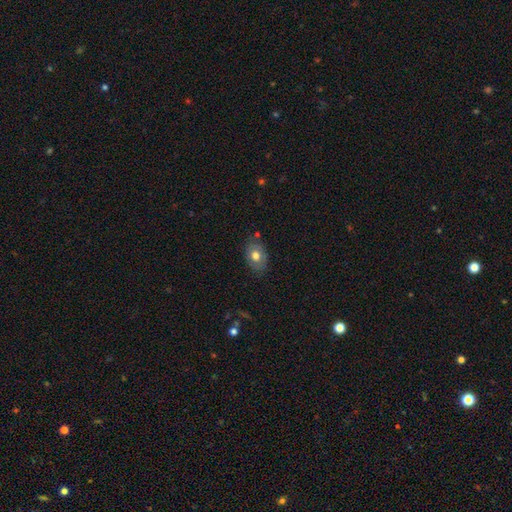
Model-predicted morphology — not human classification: Overall: smooth (70%). How rounded: in between (78%). Merging: none (78%).